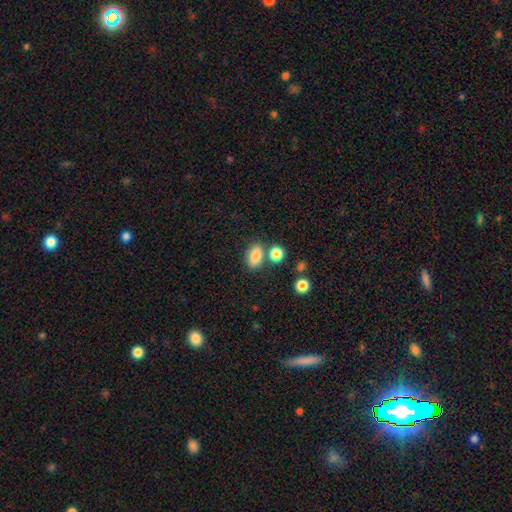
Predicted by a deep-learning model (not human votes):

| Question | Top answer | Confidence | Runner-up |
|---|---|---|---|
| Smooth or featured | smooth | 85% | star or artifact (10%) |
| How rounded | in between | 84% | round (14%) |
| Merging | none | 67% | merger (17%) |